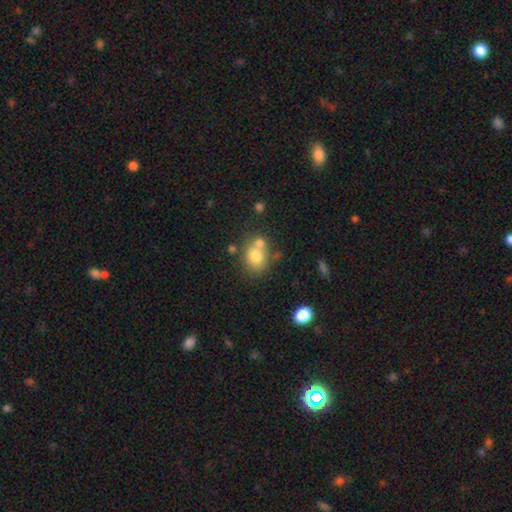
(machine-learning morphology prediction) Smooth or featured: smooth — 75% (featured or disk — 14%)
How rounded: round — 60% (in between — 39%)
Merging: none — 49% (merger — 33%)